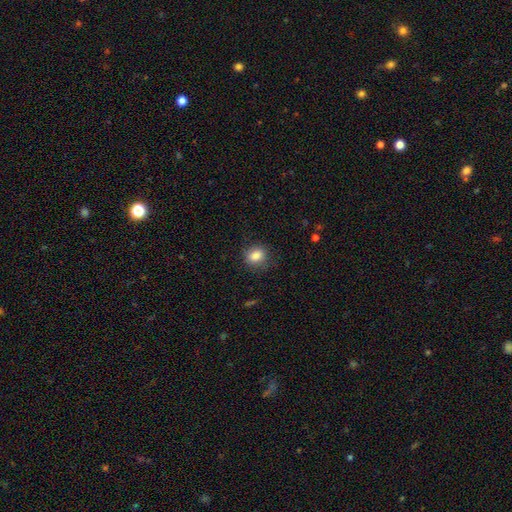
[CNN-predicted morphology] A smooth galaxy with no disk features (84%) that is round (62%). Merging: none (82%).